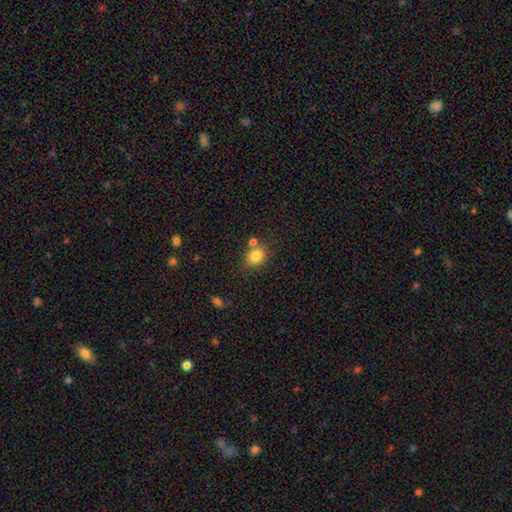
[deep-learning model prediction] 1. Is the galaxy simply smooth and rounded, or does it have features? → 82% smooth, 11% star or artifact, 7% featured or disk.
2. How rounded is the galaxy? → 59% round, 40% in between, 1% cigar-shaped.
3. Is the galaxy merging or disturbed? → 65% none, 18% merger, 13% minor disturbance, 4% major disturbance.